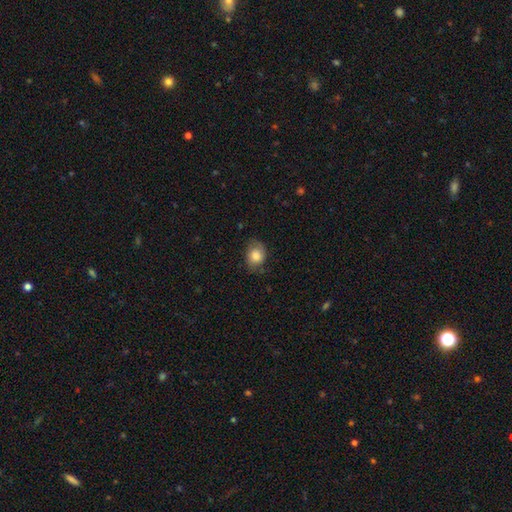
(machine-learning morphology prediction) Smooth or featured?
  - smooth: 74% *
  - featured or disk: 18%
  - star or artifact: 8%
How rounded?
  - in between: 50% *
  - round: 49%
  - cigar-shaped: 1%
Merging?
  - none: 67% *
  - minor disturbance: 24%
  - major disturbance: 7%
  - merger: 1%